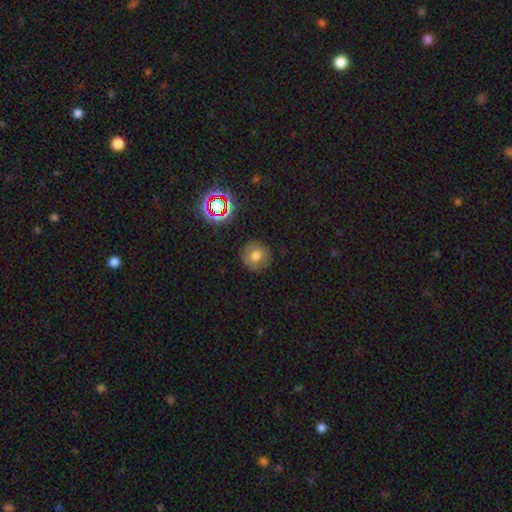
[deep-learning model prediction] Smooth or featured? smooth (69%)
How rounded? round (91%)
Merging? none (86%)